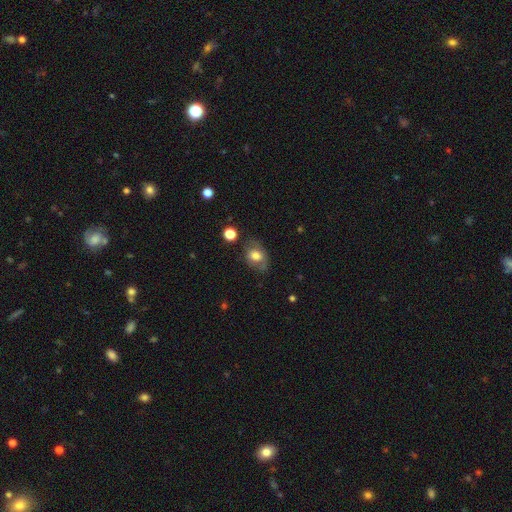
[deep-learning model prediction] This is likely a smooth galaxy (67%). How rounded: likely in between (66%). Merging: likely none (64%).